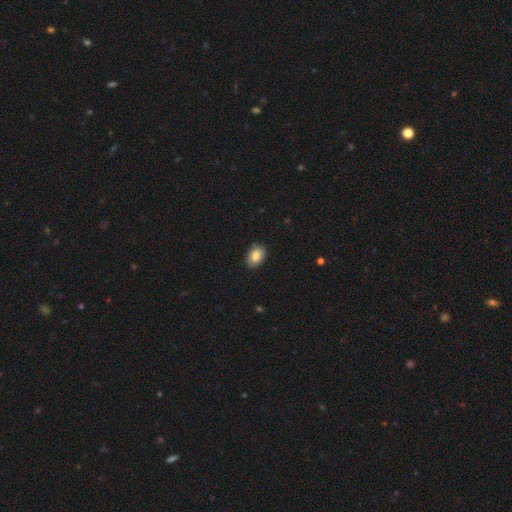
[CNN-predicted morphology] Overall: smooth (83%). How rounded: in between (85%). Merging: none (85%).